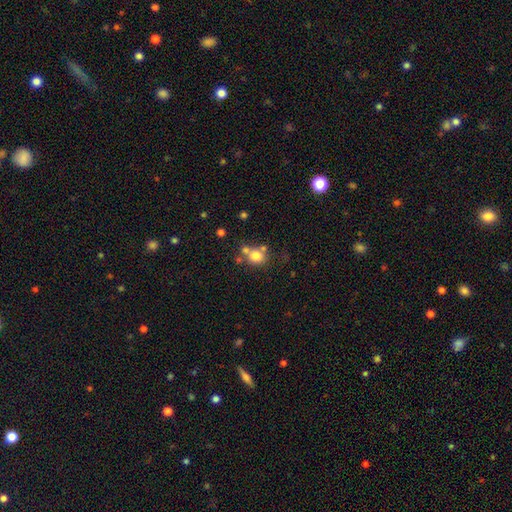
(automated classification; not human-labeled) smooth-or-featured: smooth: 75% | star or artifact: 13% | featured or disk: 12%
  how-rounded: round: 80% | in between: 19% | cigar-shaped: 1%
  merging: none: 51% | merger: 32% | minor disturbance: 11% | major disturbance: 5%